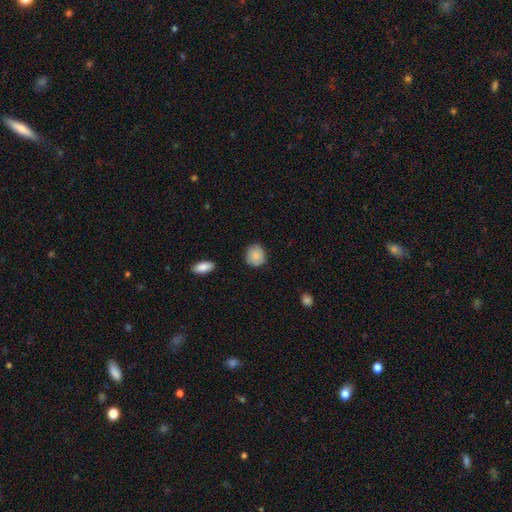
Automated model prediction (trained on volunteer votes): Smooth or featured?
  - smooth: 84% *
  - featured or disk: 9%
  - star or artifact: 7%
How rounded?
  - round: 80% *
  - in between: 19%
  - cigar-shaped: 1%
Merging?
  - none: 80% *
  - minor disturbance: 15%
  - major disturbance: 3%
  - merger: 2%